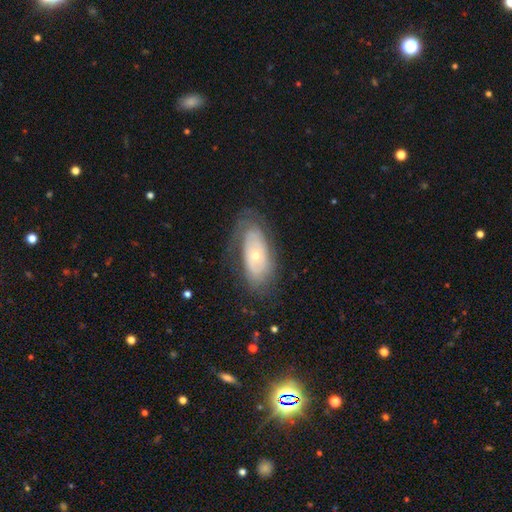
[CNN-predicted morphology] Smooth or featured? Predicted: featured or disk (p=0.63). Edge-on disk? Predicted: no (p=0.88). Bar? Predicted: no (p=0.86). Spiral arms? Predicted: yes (p=0.56). Bulge size? Predicted: small (p=0.57). Merging? Predicted: none (p=0.67).